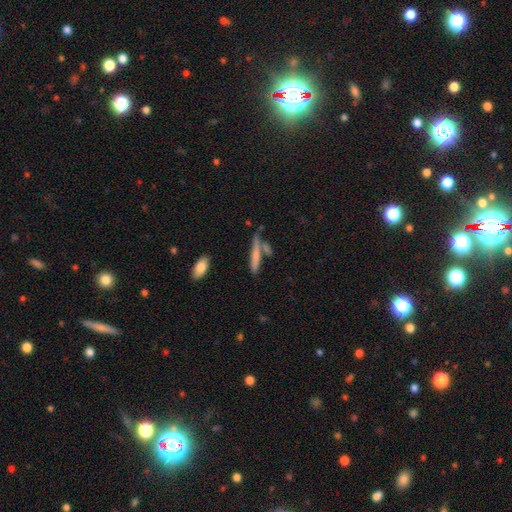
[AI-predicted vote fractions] The model was most divided on "merging": none: 62%, merger: 20%, minor disturbance: 13%, major disturbance: 4%. More confident: how rounded — cigar-shaped (88%); smooth or featured — smooth (68%).